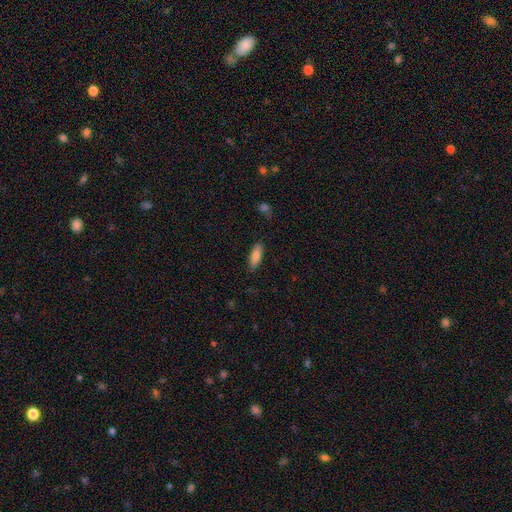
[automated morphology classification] smooth_or_featured: smooth (p=0.79) [alt: featured or disk p=0.14]
how_rounded: in between (p=0.58) [alt: cigar-shaped p=0.41]
merging: none (p=0.85) [alt: minor disturbance p=0.11]